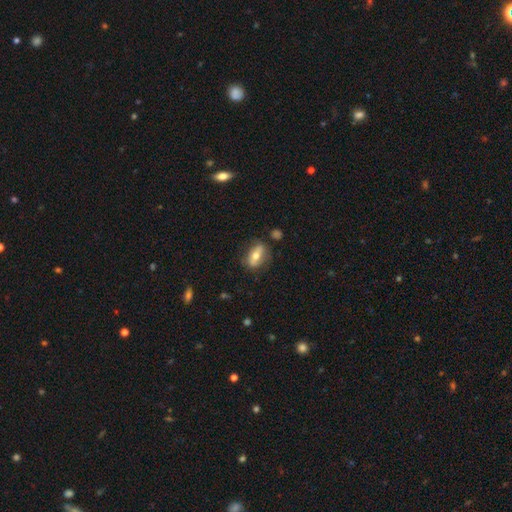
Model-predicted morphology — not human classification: A smooth galaxy with no disk features (50%) that is in between round and cigar-shaped (73%).

Vote fractions:
- Smooth or featured? smooth: 50% / featured or disk: 43% / star or artifact: 7%
- How rounded? in between: 73% / cigar-shaped: 14% / round: 13%
- Merging? none: 74% / minor disturbance: 17% / major disturbance: 6% / merger: 3%